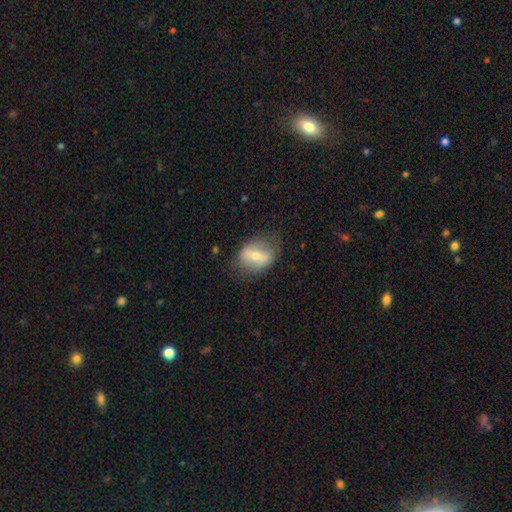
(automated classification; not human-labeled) Morphology: type=featured or disk (53%); edge-on=no (87%); merging=none (68%).